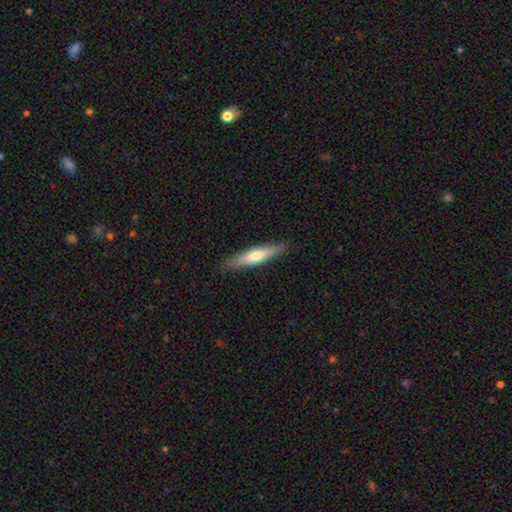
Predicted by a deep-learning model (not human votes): Morphology: type=smooth (54%); roundness=cigar-shaped (86%); merging=none (89%).